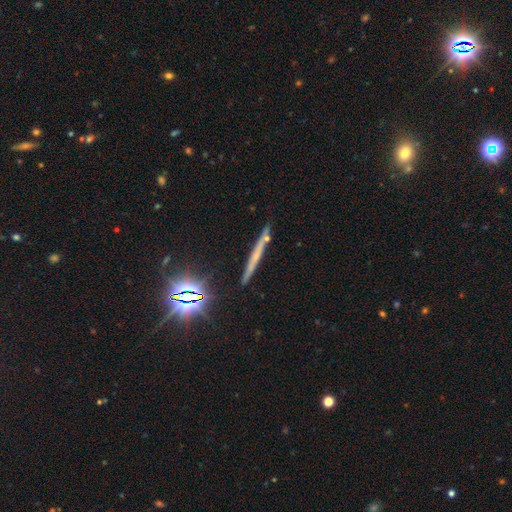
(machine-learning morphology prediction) Smooth or featured: featured or disk — 45% (smooth — 33%)
Merging: none — 83% (minor disturbance — 11%)